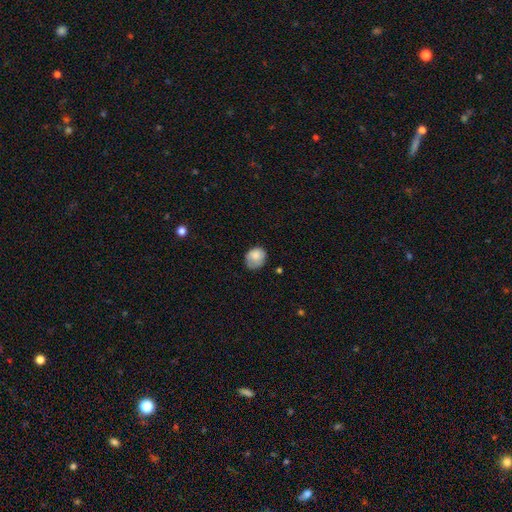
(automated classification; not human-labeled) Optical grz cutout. It shows a smooth galaxy with no disk features (80%) that is round (60%). Merging: none (59%).